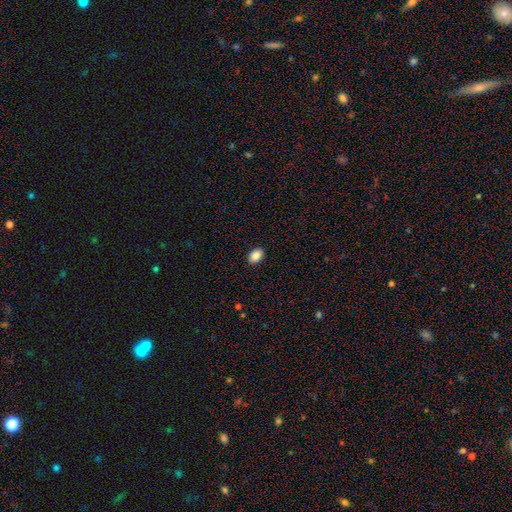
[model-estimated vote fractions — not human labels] smooth 88%, star or artifact 8%, featured or disk 4%. Down the decision tree: how rounded — in between (86%); merging — none (90%).